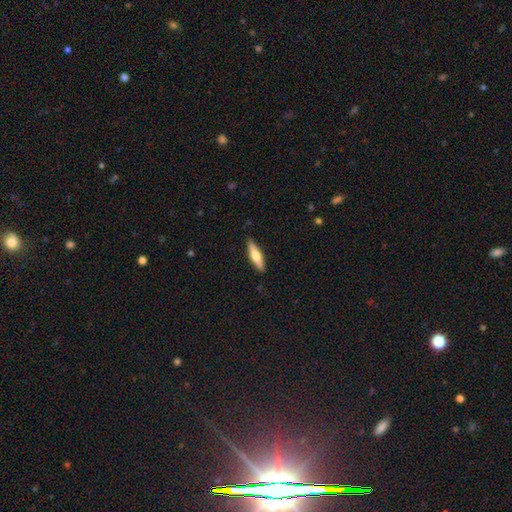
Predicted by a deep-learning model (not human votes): Morphology: type=smooth (55%); roundness=cigar-shaped (69%); merging=none (90%).